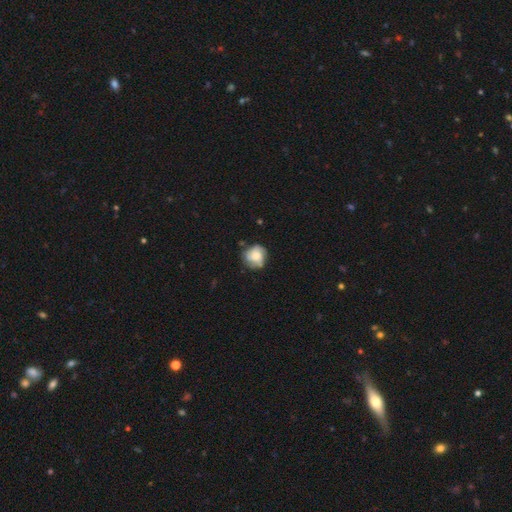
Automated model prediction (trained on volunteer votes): The model was most divided on "smooth or featured": smooth: 48%, featured or disk: 44%, star or artifact: 8%. More confident: merging — none (66%).